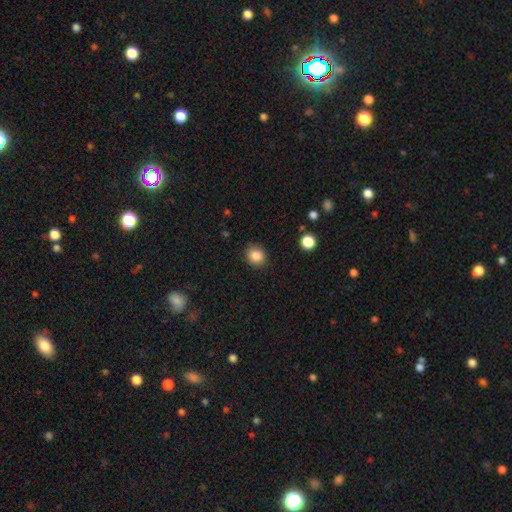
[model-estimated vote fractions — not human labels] Smooth or featured?
  - smooth: 86% *
  - star or artifact: 10%
  - featured or disk: 4%
How rounded?
  - round: 77% *
  - in between: 23%
  - cigar-shaped: 1%
Merging?
  - none: 88% *
  - minor disturbance: 8%
  - major disturbance: 2%
  - merger: 1%